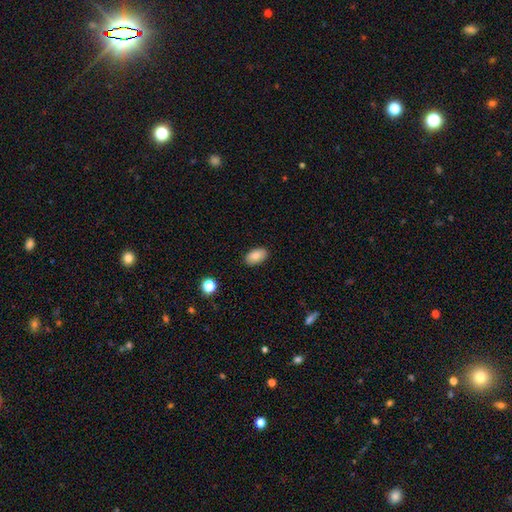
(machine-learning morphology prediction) smooth-or-featured: smooth: 86% | star or artifact: 8% | featured or disk: 5%
  how-rounded: in between: 93% | round: 5% | cigar-shaped: 2%
  merging: none: 88% | minor disturbance: 9% | major disturbance: 2% | merger: 1%